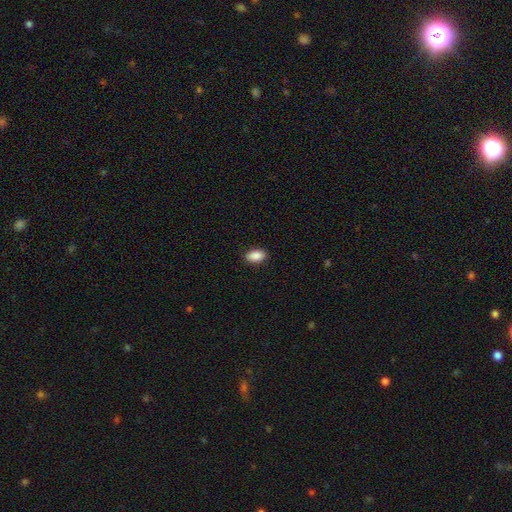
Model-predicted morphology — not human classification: This appears to be a smooth galaxy with no disk features (89%) that is in between round and cigar-shaped (91%). Merging: none (88%).